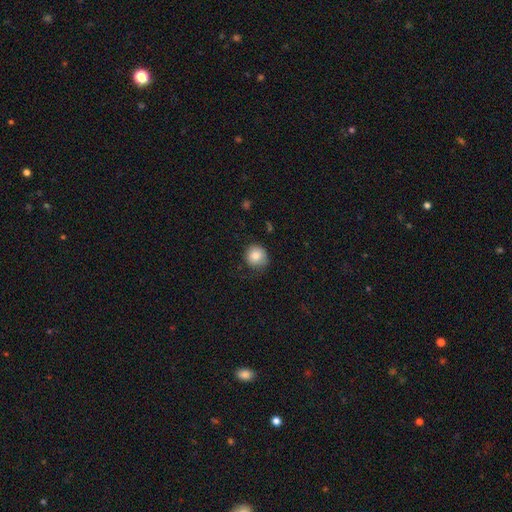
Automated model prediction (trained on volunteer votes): Smooth or featured? smooth (84%)
How rounded? round (91%)
Merging? none (72%)